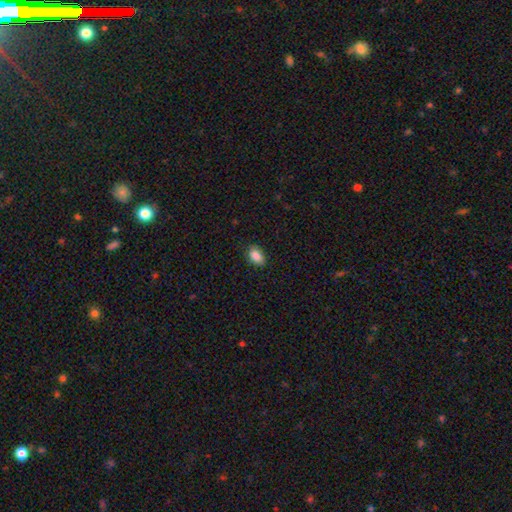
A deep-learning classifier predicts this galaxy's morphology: smooth_or_featured: smooth (p=0.87) [alt: star or artifact p=0.08]
how_rounded: in between (p=0.89) [alt: round p=0.09]
merging: none (p=0.85) [alt: minor disturbance p=0.12]